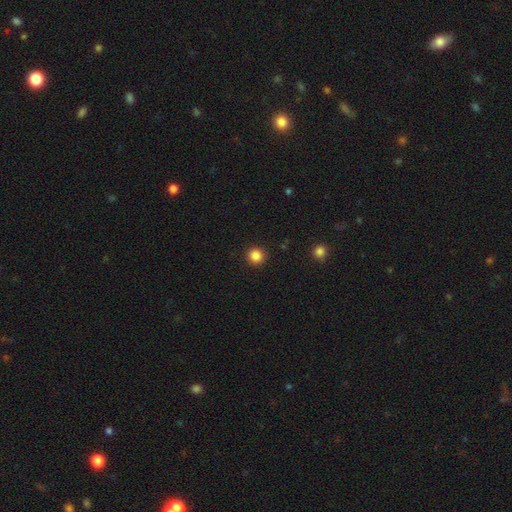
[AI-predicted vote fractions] smooth 85%, star or artifact 11%, featured or disk 3%. Down the decision tree: how rounded — round (94%); merging — none (93%).